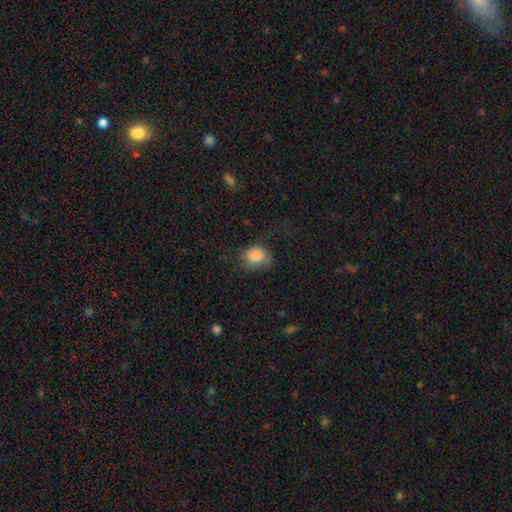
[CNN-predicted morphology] This appears to be a smooth galaxy with no disk features (84%) that is in between round and cigar-shaped (62%). Merging: none (54%).